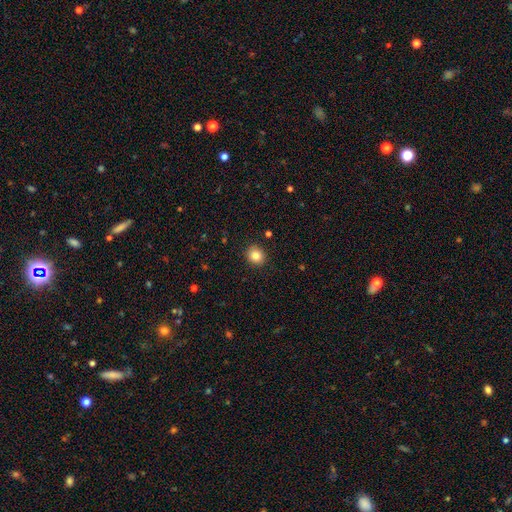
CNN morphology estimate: type=smooth (84%); roundness=round (74%); merging=none (90%).